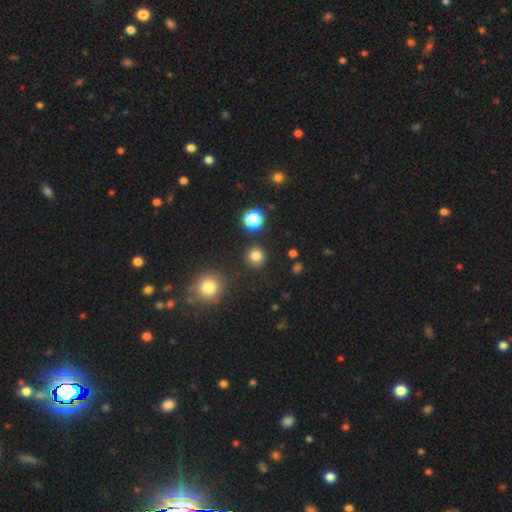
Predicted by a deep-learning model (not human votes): Smooth or featured? smooth (80%)
How rounded? round (93%)
Merging? none (90%)